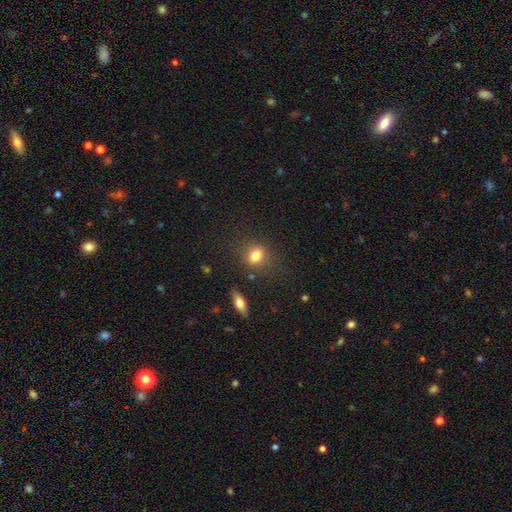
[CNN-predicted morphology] Smooth or featured? smooth (80%)
How rounded? round (54%)
Merging? none (77%)